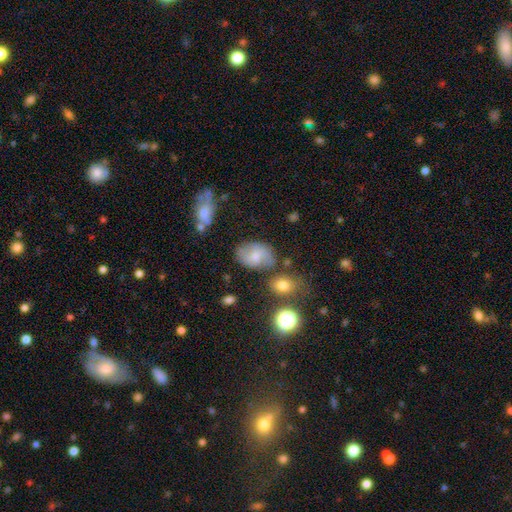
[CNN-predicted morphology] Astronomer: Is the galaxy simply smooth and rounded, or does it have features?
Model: smooth — 57% (runner-up: featured or disk, 33%).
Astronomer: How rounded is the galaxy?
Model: in between — 77%.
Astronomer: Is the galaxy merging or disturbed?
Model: none — 62%.